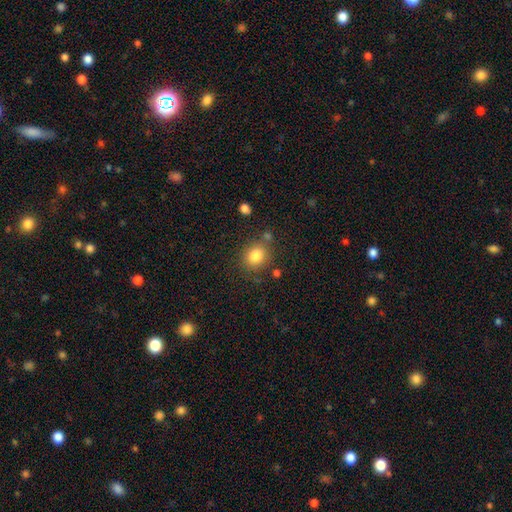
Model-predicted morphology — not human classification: smooth-or-featured: smooth: 84% | star or artifact: 10% | featured or disk: 6%
  how-rounded: round: 66% | in between: 33% | cigar-shaped: 1%
  merging: none: 75% | minor disturbance: 13% | merger: 7% | major disturbance: 5%